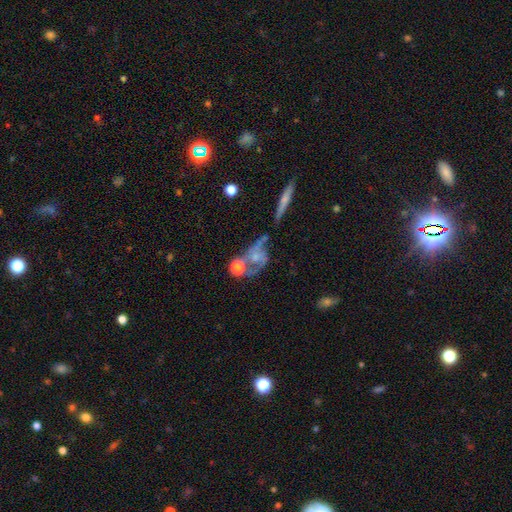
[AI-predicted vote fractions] featured or disk 62%, smooth 27%, star or artifact 11%. Down the decision tree: edge-on disk — no (91%); bar — no (78%); spiral arms — yes (67%); bulge size — small (45%); merging — none (31%, tied with merger).